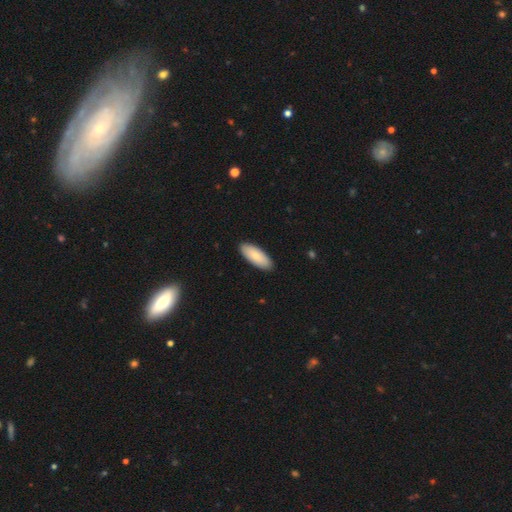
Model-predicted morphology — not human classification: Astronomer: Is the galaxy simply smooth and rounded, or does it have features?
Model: smooth — 83%.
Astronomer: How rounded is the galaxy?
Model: in between — 79%.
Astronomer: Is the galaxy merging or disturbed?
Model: none — 90%.